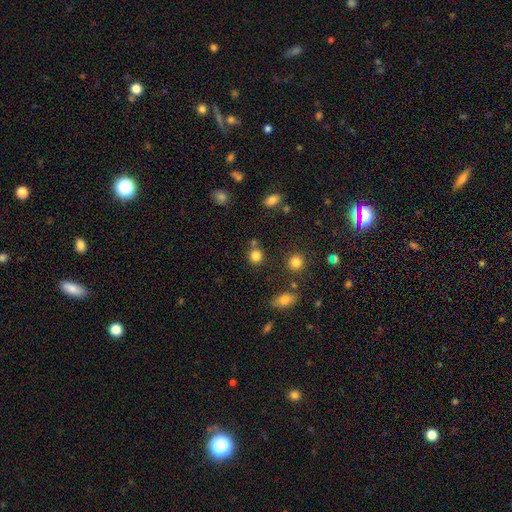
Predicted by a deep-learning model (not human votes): Smooth or featured?
  - smooth: 81% *
  - star or artifact: 13%
  - featured or disk: 5%
How rounded?
  - round: 84% *
  - in between: 15%
  - cigar-shaped: 1%
Merging?
  - none: 73% *
  - merger: 14%
  - minor disturbance: 10%
  - major disturbance: 3%